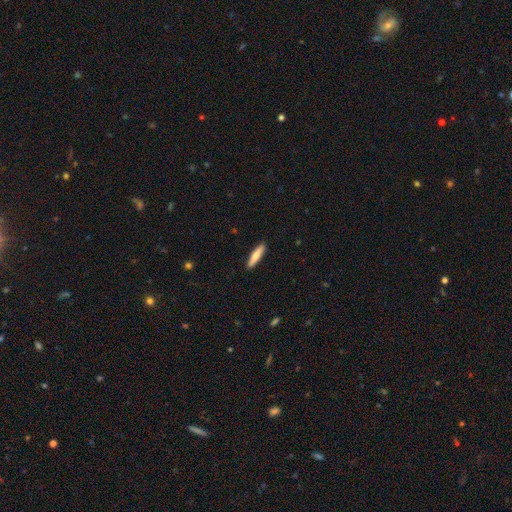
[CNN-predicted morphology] type=smooth (74%); roundness=cigar-shaped (83%); merging=none (91%).